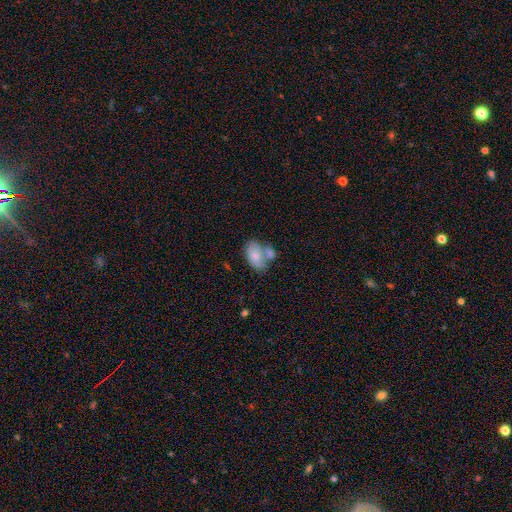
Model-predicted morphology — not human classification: Smooth or featured: smooth — 73% (featured or disk — 20%)
How rounded: in between — 89% (round — 9%)
Merging: merger — 44% (none — 33%)